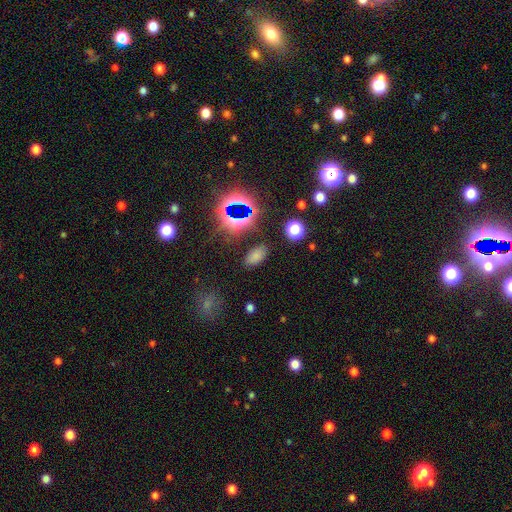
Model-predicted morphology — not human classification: The model was most divided on "smooth or featured": smooth: 67%, star or artifact: 26%, featured or disk: 7%. More confident: how rounded — in between (91%); merging — none (82%).